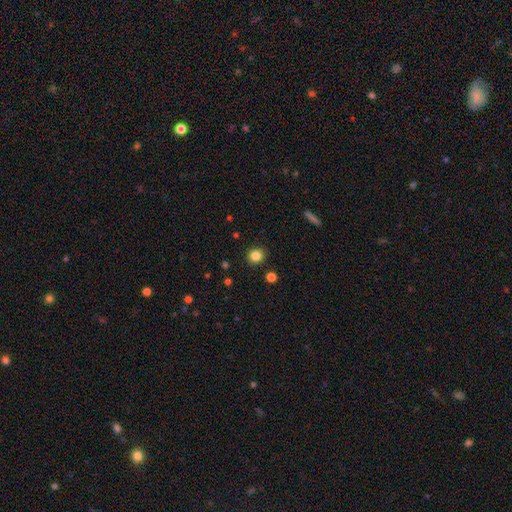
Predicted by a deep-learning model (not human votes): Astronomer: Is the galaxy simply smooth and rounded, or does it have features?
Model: smooth — 84%.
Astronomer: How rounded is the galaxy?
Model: round — 84%.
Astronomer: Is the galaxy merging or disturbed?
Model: none — 90%.